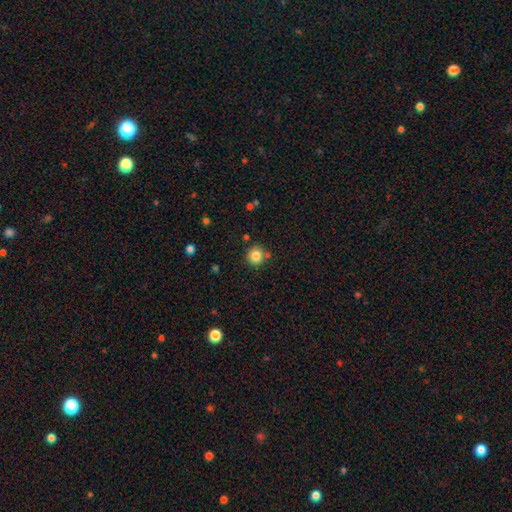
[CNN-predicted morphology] smooth 83%, star or artifact 11%, featured or disk 6%. Down the decision tree: how rounded — round (91%); merging — none (83%).